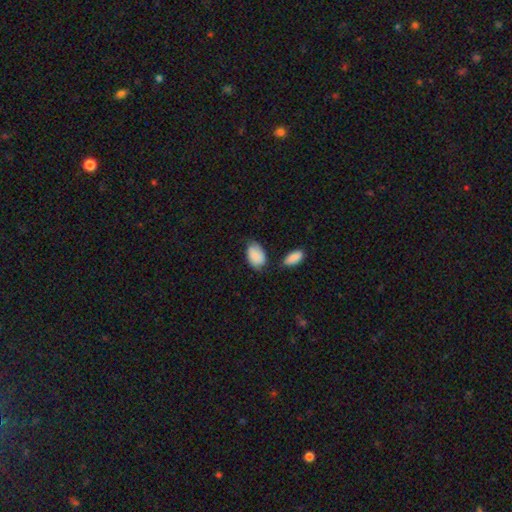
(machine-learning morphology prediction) A smooth galaxy with no disk features (85%) that is in between round and cigar-shaped (91%).

Vote fractions:
- Smooth or featured? smooth: 85% / featured or disk: 9% / star or artifact: 7%
- How rounded? in between: 91% / round: 8% / cigar-shaped: 1%
- Merging? none: 50% / minor disturbance: 31% / merger: 11% / major disturbance: 8%